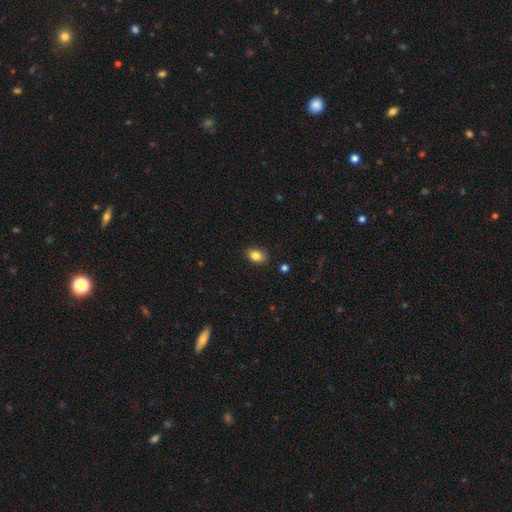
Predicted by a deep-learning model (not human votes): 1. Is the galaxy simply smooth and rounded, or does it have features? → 83% smooth, 9% star or artifact, 8% featured or disk.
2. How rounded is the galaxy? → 78% in between, 20% round, 1% cigar-shaped.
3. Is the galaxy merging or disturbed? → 82% none, 14% minor disturbance, 2% major disturbance, 1% merger.